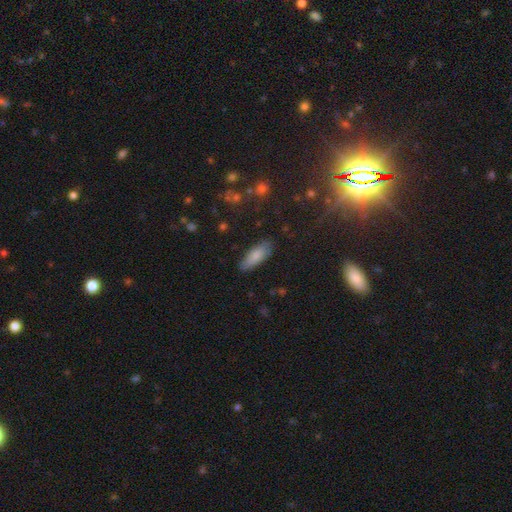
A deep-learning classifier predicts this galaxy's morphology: A smooth galaxy with no disk features (82%) that is in between round and cigar-shaped (66%). Merging: none (82%).